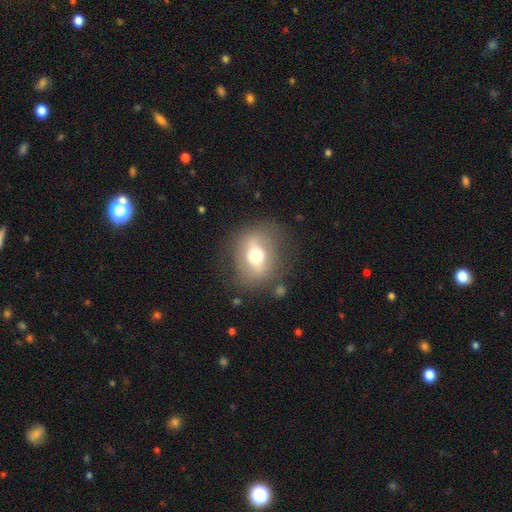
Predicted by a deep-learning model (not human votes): This appears to be a smooth galaxy with no disk features (49%). Merging: none (75%).